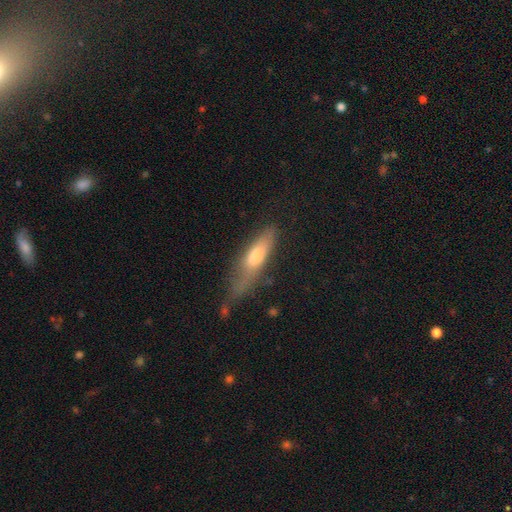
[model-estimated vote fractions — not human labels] This is likely a smooth galaxy (63%). How rounded: likely cigar-shaped (63%). Merging: marginally none (40%).